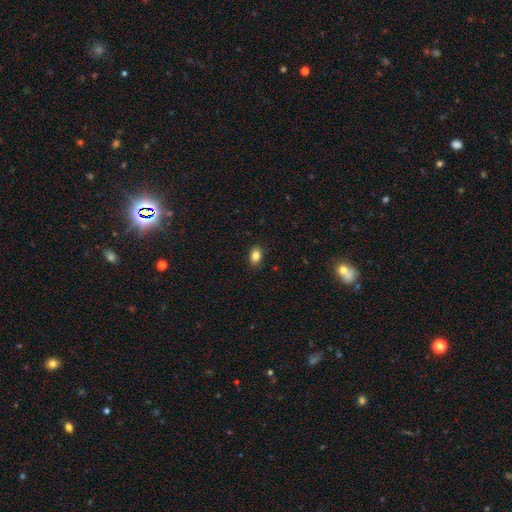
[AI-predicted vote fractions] Smooth or featured? smooth (85%)
How rounded? in between (82%)
Merging? none (88%)